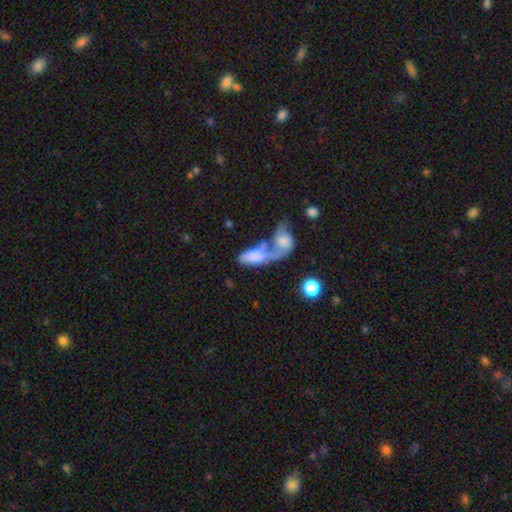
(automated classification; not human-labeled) A smooth galaxy with no disk features (58%) that is in between round and cigar-shaped (86%).

Vote fractions:
- Smooth or featured? smooth: 58% / featured or disk: 34% / star or artifact: 8%
- How rounded? in between: 86% / cigar-shaped: 9% / round: 5%
- Merging? merger: 73% / major disturbance: 12% / none: 9% / minor disturbance: 6%